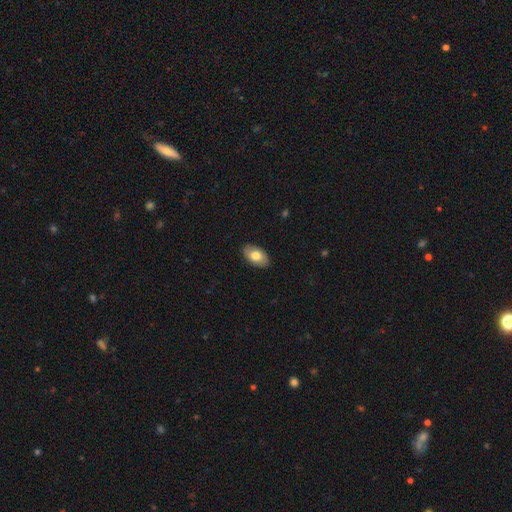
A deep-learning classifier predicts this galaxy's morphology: smooth-or-featured: smooth: 73% | featured or disk: 21% | star or artifact: 6%
  how-rounded: in between: 94% | round: 4% | cigar-shaped: 1%
  merging: none: 88% | minor disturbance: 10% | major disturbance: 2% | merger: 1%